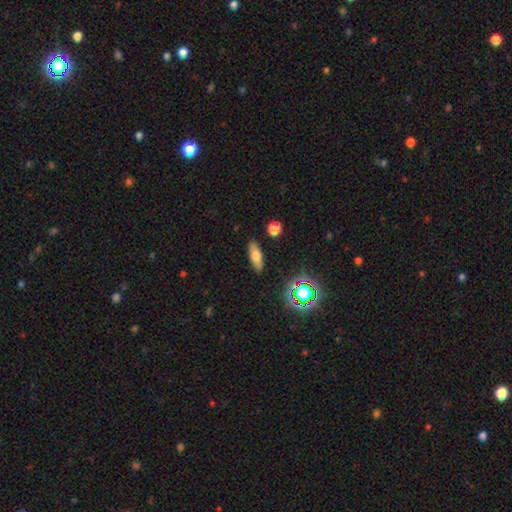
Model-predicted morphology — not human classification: Smooth or featured?
  - smooth: 68% *
  - featured or disk: 20%
  - star or artifact: 12%
How rounded?
  - in between: 56% *
  - cigar-shaped: 39%
  - round: 4%
Merging?
  - none: 87% *
  - minor disturbance: 9%
  - major disturbance: 2%
  - merger: 2%